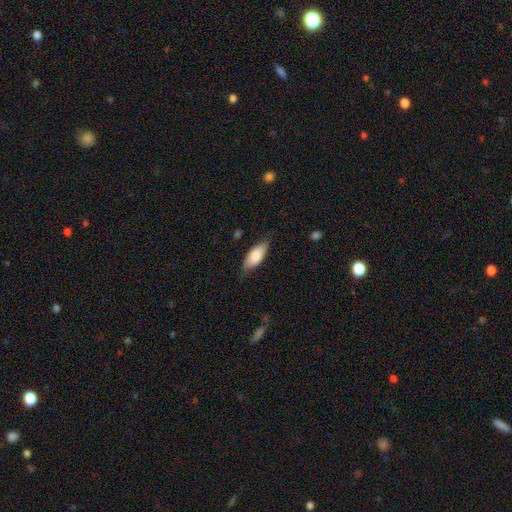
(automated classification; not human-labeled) Q: Smooth or featured?
A: smooth (77%); runner-up: featured or disk (17%)
Q: How rounded?
A: in between (81%); runner-up: cigar-shaped (17%)
Q: Merging?
A: none (71%); runner-up: minor disturbance (23%)